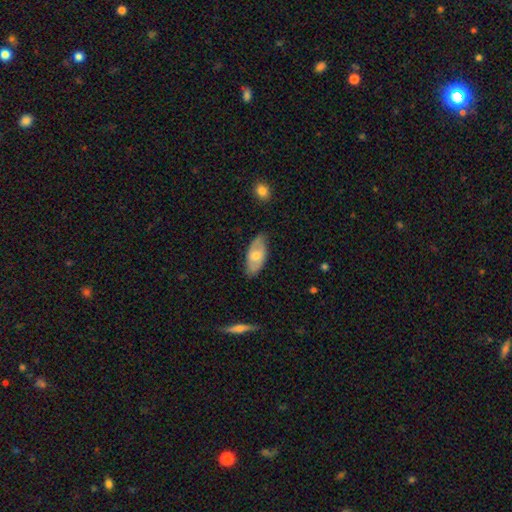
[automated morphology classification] A smooth galaxy with no disk features (56%) that is in between round and cigar-shaped (90%). Merging: none (79%).